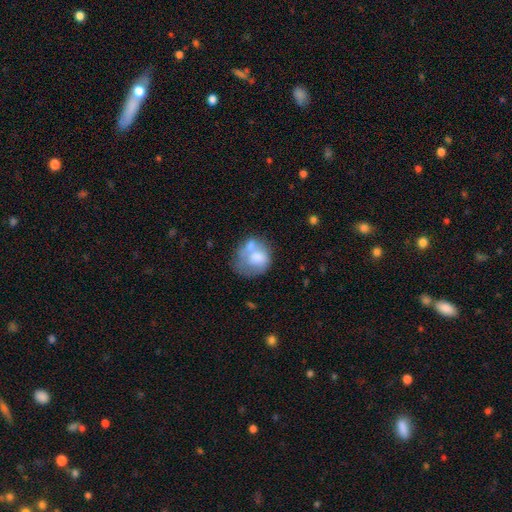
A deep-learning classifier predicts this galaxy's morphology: smooth-or-featured: smooth: 61% | featured or disk: 31% | star or artifact: 8%
  how-rounded: round: 69% | in between: 30% | cigar-shaped: 1%
  merging: none: 34% | merger: 27% | minor disturbance: 21% | major disturbance: 18%